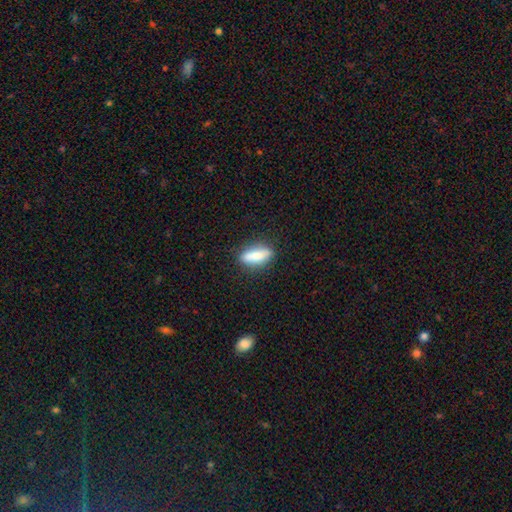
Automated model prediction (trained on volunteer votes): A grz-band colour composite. It shows a smooth galaxy with no disk features (76%) that is in between round and cigar-shaped (55%). Merging: none (84%).